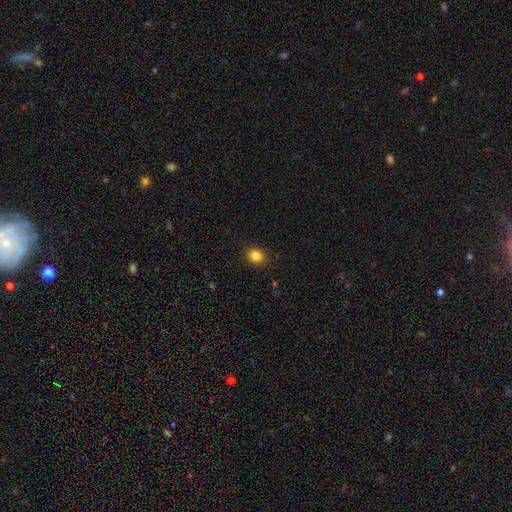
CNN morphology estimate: This appears to be a smooth galaxy with no disk features (85%) that is round (72%). Merging: none (90%).